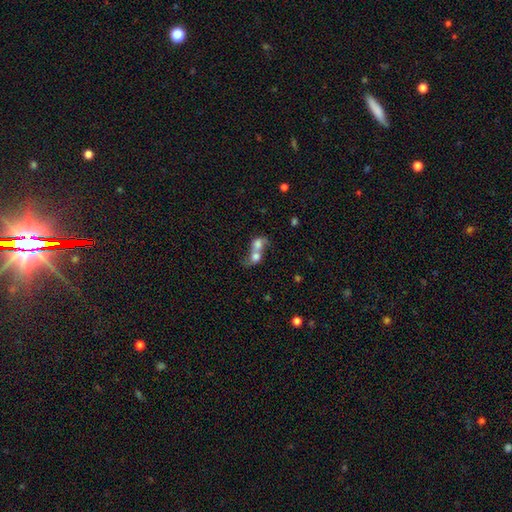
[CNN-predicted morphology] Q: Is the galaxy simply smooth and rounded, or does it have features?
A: smooth — 67%.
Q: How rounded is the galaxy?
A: round — 49%.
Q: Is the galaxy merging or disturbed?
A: merger — 82%.